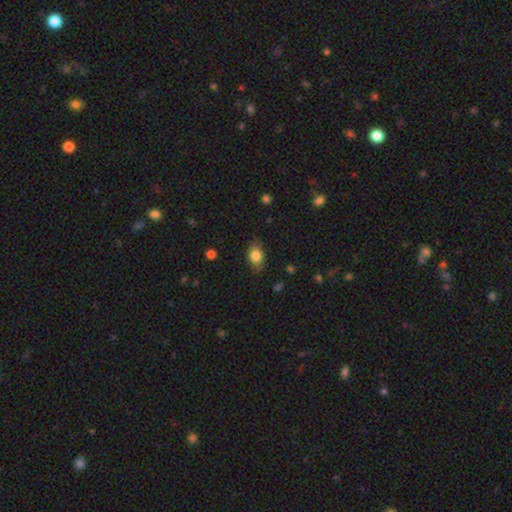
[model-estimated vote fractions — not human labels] smooth_or_featured: smooth (p=0.77) [alt: featured or disk p=0.15]
how_rounded: in between (p=0.82) [alt: round p=0.14]
merging: none (p=0.79) [alt: minor disturbance p=0.16]